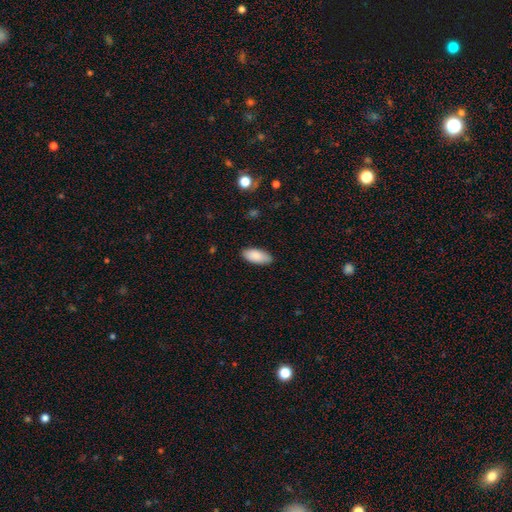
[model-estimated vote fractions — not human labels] Smooth or featured?
  - smooth: 88% *
  - star or artifact: 6%
  - featured or disk: 5%
How rounded?
  - in between: 89% *
  - cigar-shaped: 9%
  - round: 2%
Merging?
  - none: 85% *
  - minor disturbance: 12%
  - major disturbance: 2%
  - merger: 1%